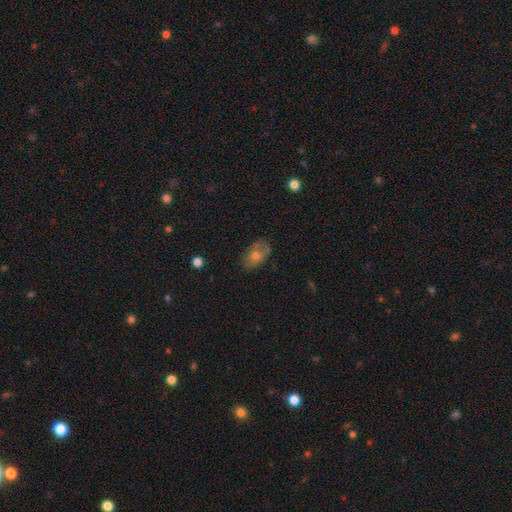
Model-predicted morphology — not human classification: Overall: smooth (61%; featured or disk 29%). How rounded: in between (88%). Merging: none (76%).